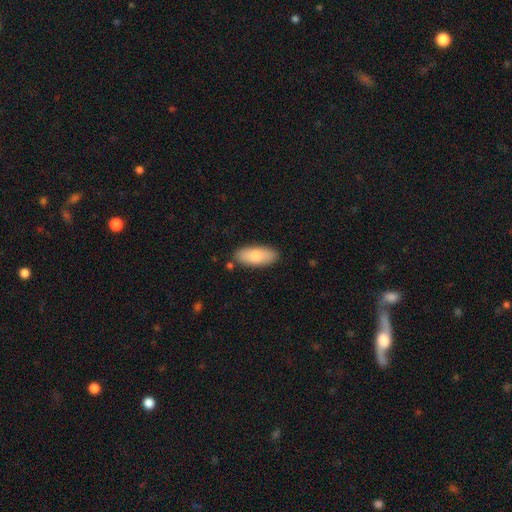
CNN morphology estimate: Overall: smooth (78%). How rounded: in between (83%). Merging: none (84%).